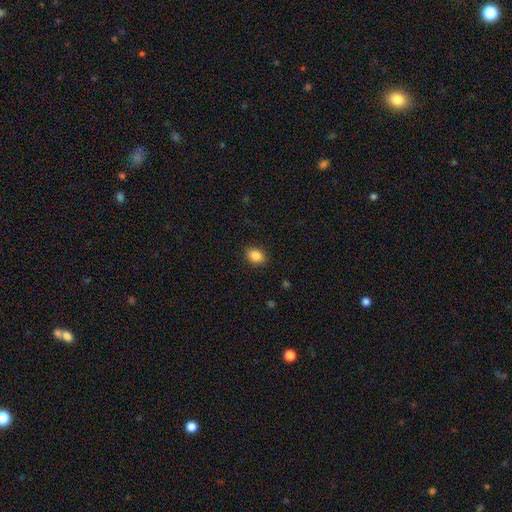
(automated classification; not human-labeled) Q: Smooth or featured?
A: smooth (87%); runner-up: star or artifact (9%)
Q: How rounded?
A: in between (67%); runner-up: round (32%)
Q: Merging?
A: none (89%); runner-up: minor disturbance (8%)